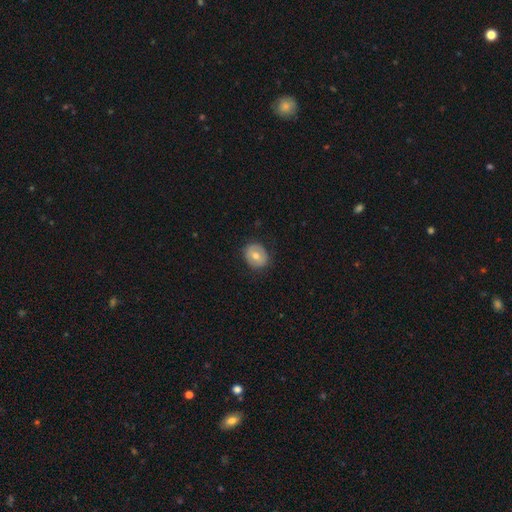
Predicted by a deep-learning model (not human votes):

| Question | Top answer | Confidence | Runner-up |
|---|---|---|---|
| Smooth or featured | smooth | 59% | featured or disk (33%) |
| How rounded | round | 66% | in between (33%) |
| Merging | none | 85% | minor disturbance (11%) |